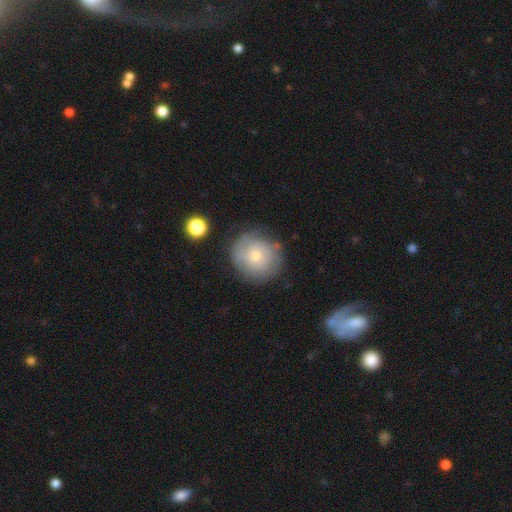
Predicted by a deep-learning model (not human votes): A smooth galaxy with no disk features (58%) that is round (89%). Merging: none (77%).